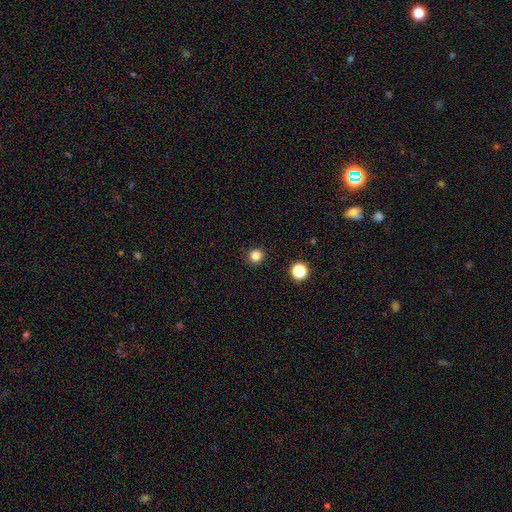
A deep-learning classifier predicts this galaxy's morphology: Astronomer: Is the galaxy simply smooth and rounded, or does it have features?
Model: smooth — 83%.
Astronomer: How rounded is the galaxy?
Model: round — 93%.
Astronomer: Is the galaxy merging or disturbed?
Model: none — 91%.